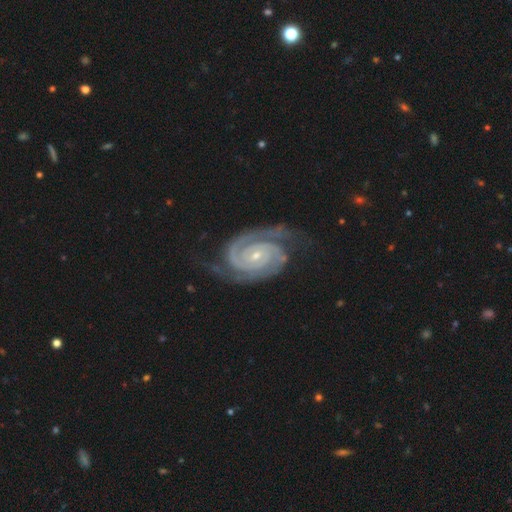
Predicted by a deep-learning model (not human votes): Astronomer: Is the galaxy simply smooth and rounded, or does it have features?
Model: featured or disk — 94%.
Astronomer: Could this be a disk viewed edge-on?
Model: no — 98%.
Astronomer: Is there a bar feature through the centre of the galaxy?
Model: no — 62%.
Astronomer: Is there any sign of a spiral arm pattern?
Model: yes — 99%.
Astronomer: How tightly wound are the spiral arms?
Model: tight — 77%.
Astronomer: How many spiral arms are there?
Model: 2 — 84%.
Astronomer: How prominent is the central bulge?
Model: small — 74%.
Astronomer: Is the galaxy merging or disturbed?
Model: none — 75%.